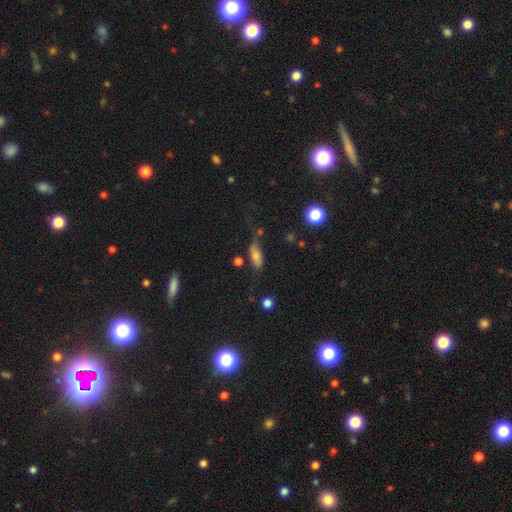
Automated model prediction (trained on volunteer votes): Smooth or featured: smooth — 65% (featured or disk — 23%)
How rounded: in between — 69% (cigar-shaped — 25%)
Merging: none — 53% (minor disturbance — 26%)